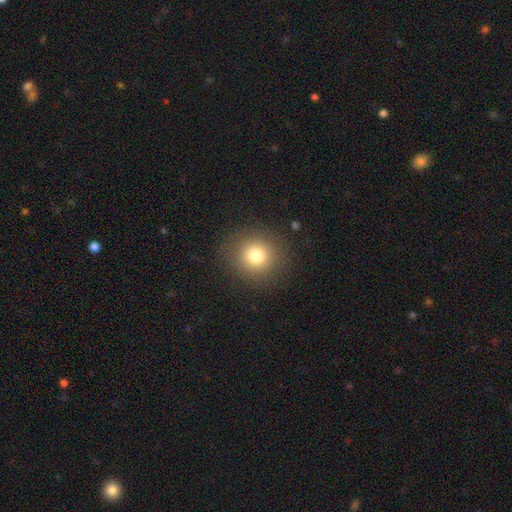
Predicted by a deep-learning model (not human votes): This is likely a smooth galaxy (78%). How rounded: clearly round (90%). Merging: clearly none (88%).